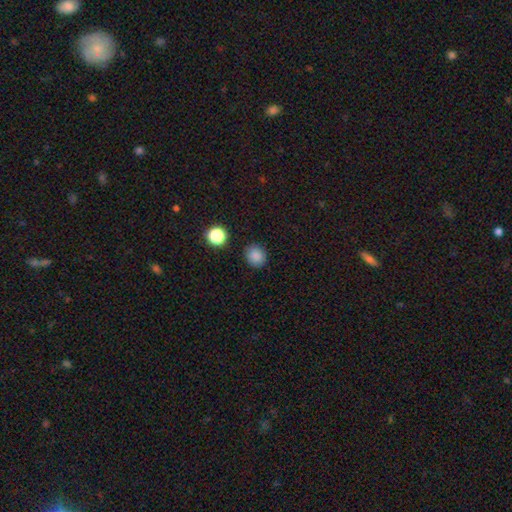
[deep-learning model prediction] Overall: smooth (85%). How rounded: round (80%). Merging: none (88%).